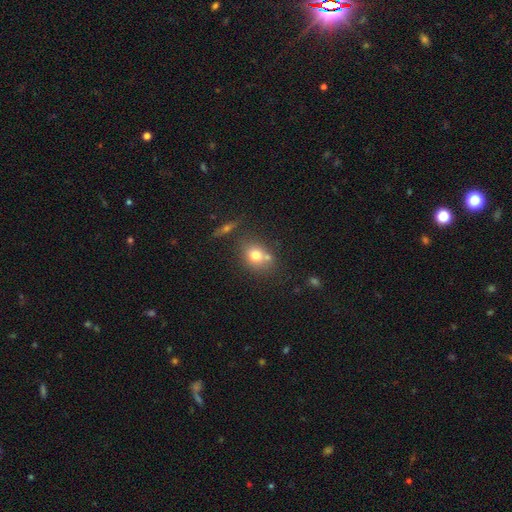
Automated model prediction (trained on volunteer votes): Q: Smooth or featured?
A: smooth (73%); runner-up: featured or disk (15%)
Q: How rounded?
A: round (54%); runner-up: in between (44%)
Q: Merging?
A: none (58%); runner-up: merger (23%)